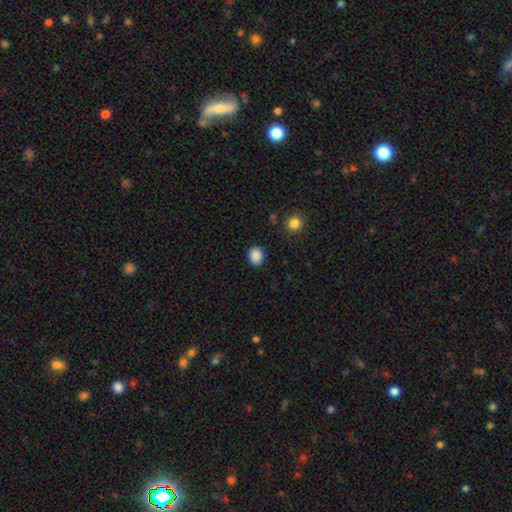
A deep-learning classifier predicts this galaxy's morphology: smooth 88%, star or artifact 9%, featured or disk 3%. Down the decision tree: how rounded — round (56%); merging — none (88%).